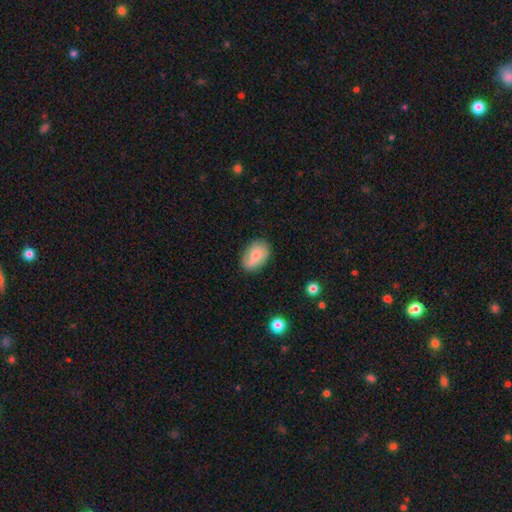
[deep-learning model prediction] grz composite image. It shows a smooth galaxy with no disk features (72%) that is in between round and cigar-shaped (84%). Merging: none (77%).